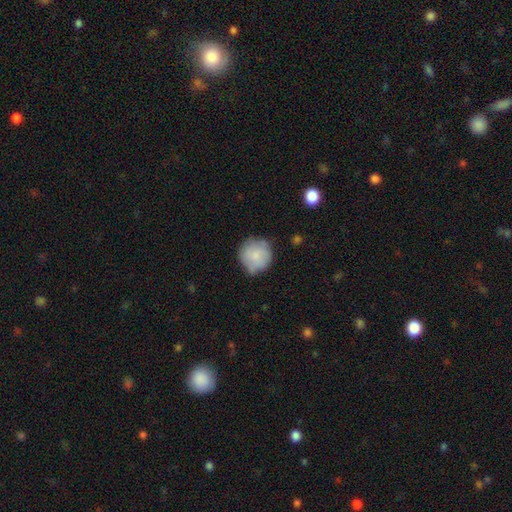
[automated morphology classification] Overall: smooth (79%). How rounded: round (91%). Merging: none (61%; minor disturbance 30%).